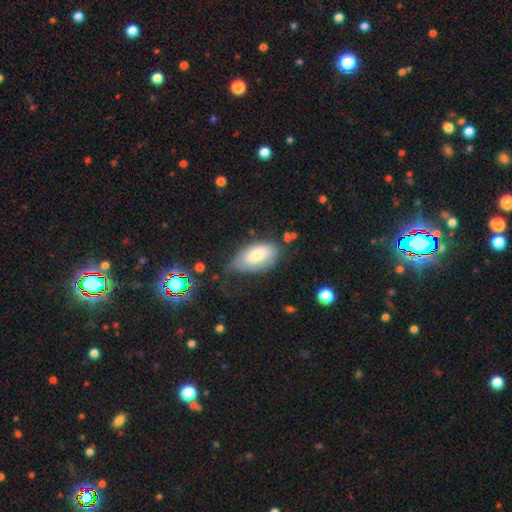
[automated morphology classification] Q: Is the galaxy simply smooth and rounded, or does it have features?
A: smooth — 67%.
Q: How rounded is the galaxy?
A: in between — 93%.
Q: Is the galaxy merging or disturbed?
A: none — 39%.